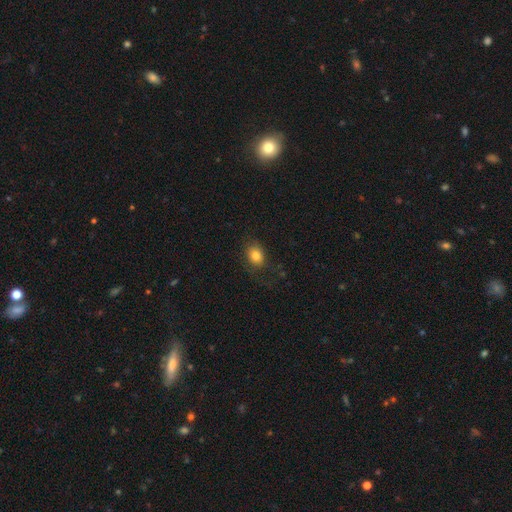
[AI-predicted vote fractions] Smooth or featured? smooth (81%)
How rounded? in between (52%)
Merging? none (74%)